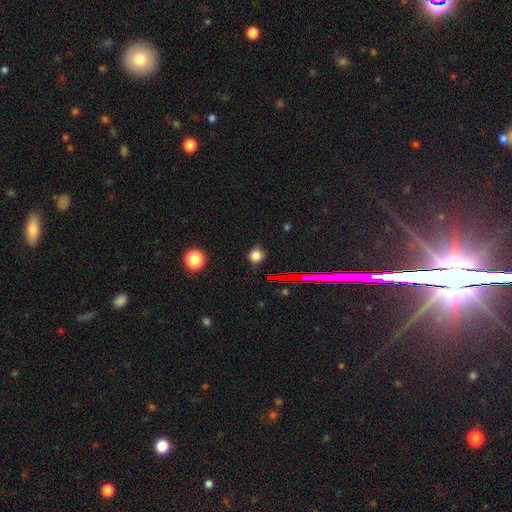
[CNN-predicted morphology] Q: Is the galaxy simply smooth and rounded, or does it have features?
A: smooth — 76%.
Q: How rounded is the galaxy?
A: round — 90%.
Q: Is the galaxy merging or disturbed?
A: none — 84%.